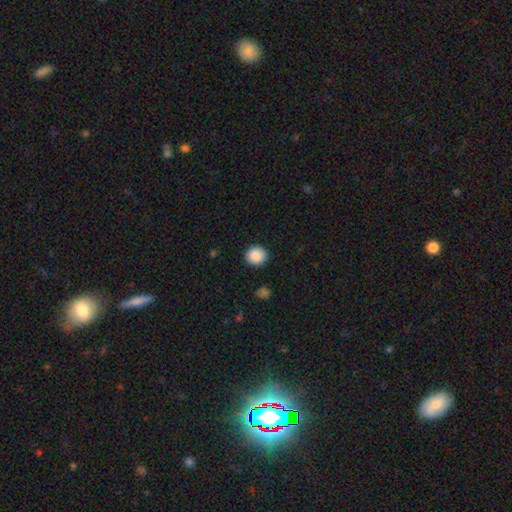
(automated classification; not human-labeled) A smooth galaxy with no disk features (88%) that is round (86%).

Vote fractions:
- Smooth or featured? smooth: 88% / star or artifact: 8% / featured or disk: 4%
- How rounded? round: 86% / in between: 14% / cigar-shaped: 1%
- Merging? none: 91% / minor disturbance: 6% / major disturbance: 2% / merger: 1%